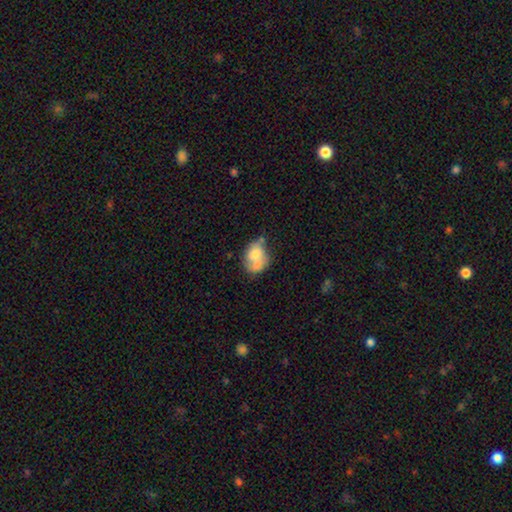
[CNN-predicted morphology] type=smooth (62%); roundness=in between (63%); merging=none (32%).